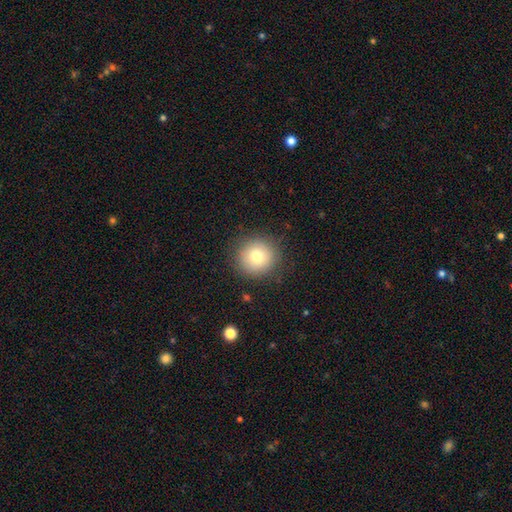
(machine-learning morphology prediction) Q: Smooth or featured?
A: smooth (77%); runner-up: featured or disk (12%)
Q: How rounded?
A: round (92%); runner-up: in between (7%)
Q: Merging?
A: none (88%); runner-up: minor disturbance (8%)